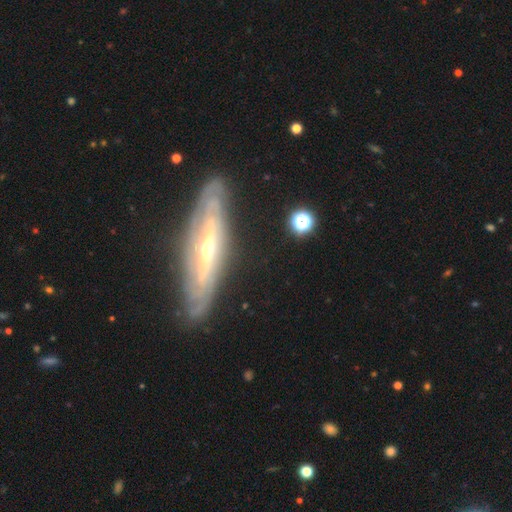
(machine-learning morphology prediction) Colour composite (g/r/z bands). It shows a featured or disk galaxy (78%) viewed edge-on (69%) with a rounded central bulge (71%). Merging: none (82%).